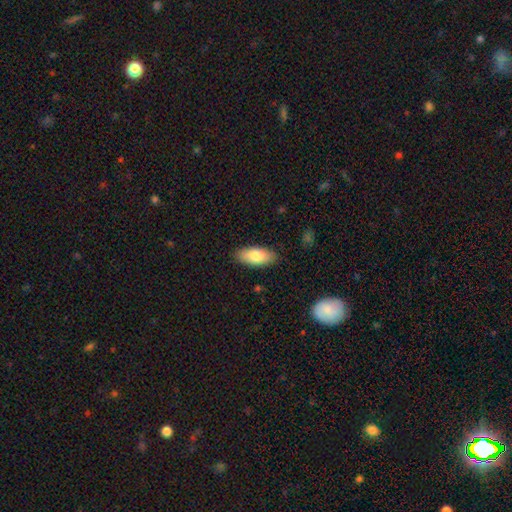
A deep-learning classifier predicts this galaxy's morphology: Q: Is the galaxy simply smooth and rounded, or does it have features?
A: smooth — 82%.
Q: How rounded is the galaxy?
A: in between — 87%.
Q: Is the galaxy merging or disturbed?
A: none — 88%.